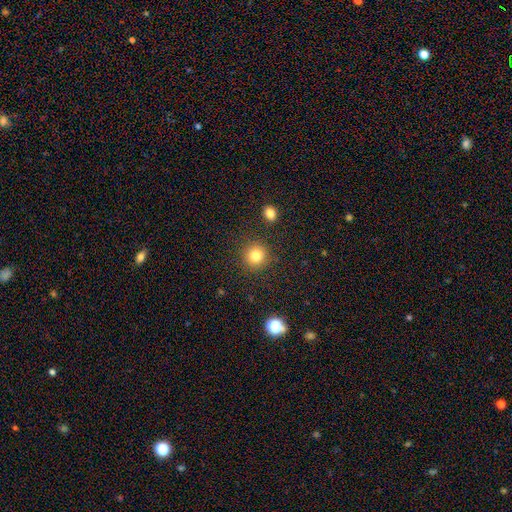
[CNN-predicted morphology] smooth-or-featured: smooth: 81% | star or artifact: 13% | featured or disk: 6%
  how-rounded: round: 92% | in between: 7% | cigar-shaped: 1%
  merging: none: 88% | minor disturbance: 7% | major disturbance: 3% | merger: 3%